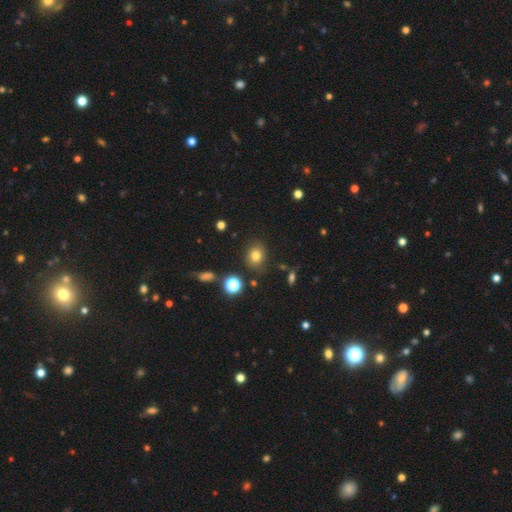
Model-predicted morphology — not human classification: A smooth galaxy with no disk features (77%) that is round (62%).

Vote fractions:
- Smooth or featured? smooth: 77% / star or artifact: 15% / featured or disk: 8%
- How rounded? round: 62% / in between: 37% / cigar-shaped: 1%
- Merging? none: 83% / minor disturbance: 11% / major disturbance: 3% / merger: 3%